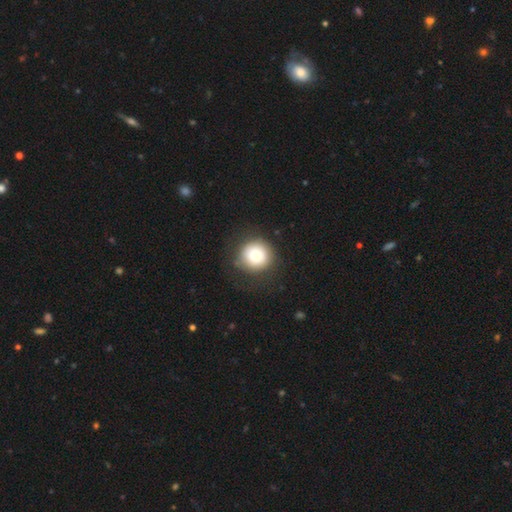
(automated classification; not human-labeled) Q: Smooth or featured?
A: smooth (77%); runner-up: featured or disk (13%)
Q: How rounded?
A: round (95%); runner-up: in between (4%)
Q: Merging?
A: none (80%); runner-up: minor disturbance (12%)